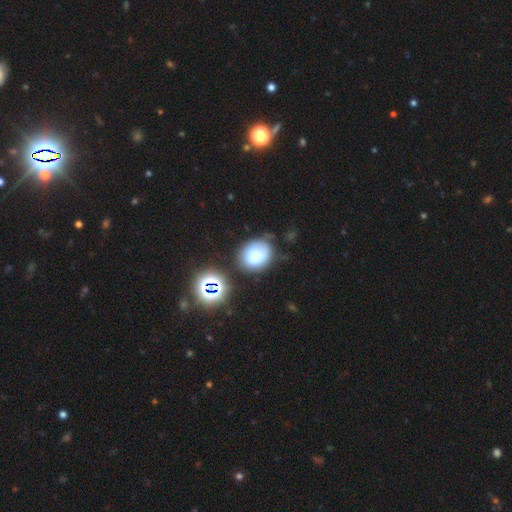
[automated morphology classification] Overall: smooth (74%). How rounded: round (57%; in between 42%). Merging: none (64%).